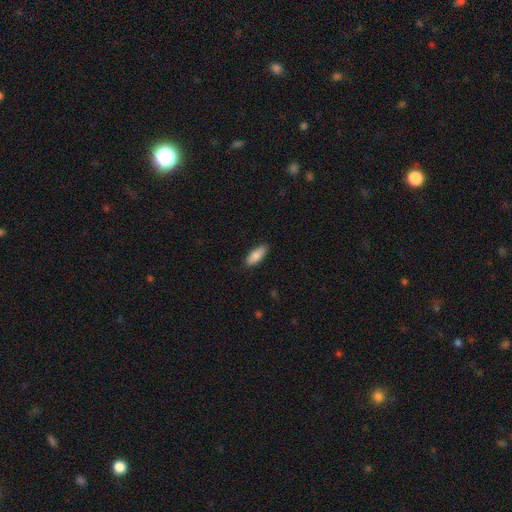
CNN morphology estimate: smooth-or-featured: smooth: 86% | featured or disk: 8% | star or artifact: 6%
  how-rounded: in between: 75% | cigar-shaped: 23% | round: 2%
  merging: none: 85% | minor disturbance: 12% | major disturbance: 2% | merger: 1%